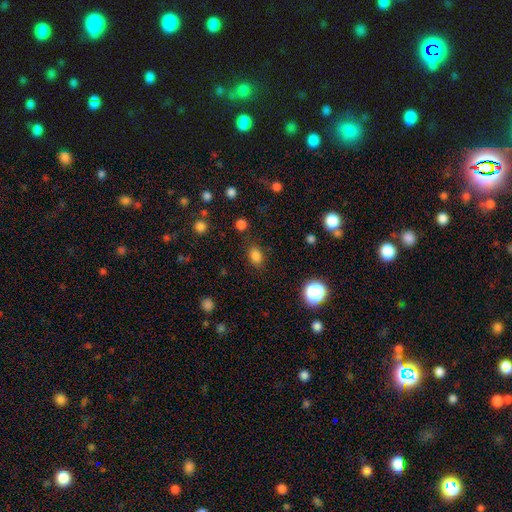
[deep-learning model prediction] smooth_or_featured: smooth (p=0.81) [alt: star or artifact p=0.14]
how_rounded: in between (p=0.71) [alt: round p=0.27]
merging: none (p=0.82) [alt: minor disturbance p=0.12]